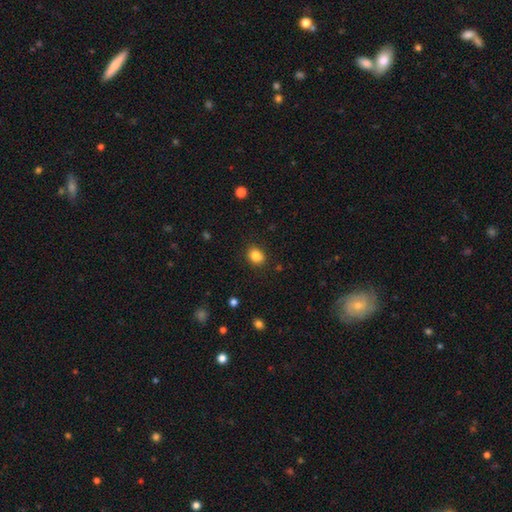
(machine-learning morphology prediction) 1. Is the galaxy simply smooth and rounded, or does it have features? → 84% smooth, 10% star or artifact, 5% featured or disk.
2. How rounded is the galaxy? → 54% round, 45% in between, 1% cigar-shaped.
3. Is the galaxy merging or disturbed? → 87% none, 10% minor disturbance, 2% major disturbance, 1% merger.